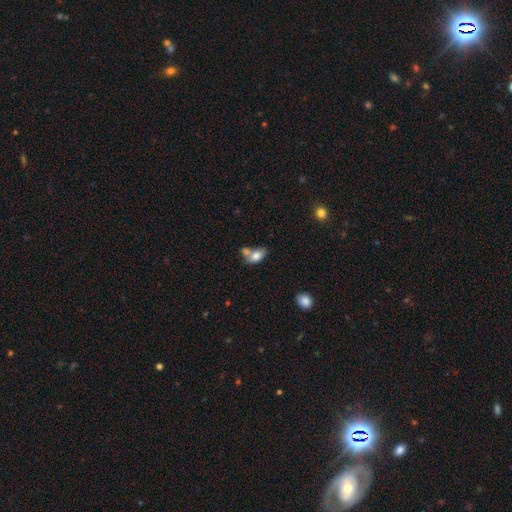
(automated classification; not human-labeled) This appears to be a smooth galaxy with no disk features (77%) that is in between round and cigar-shaped (86%). Merging: merger (47%).